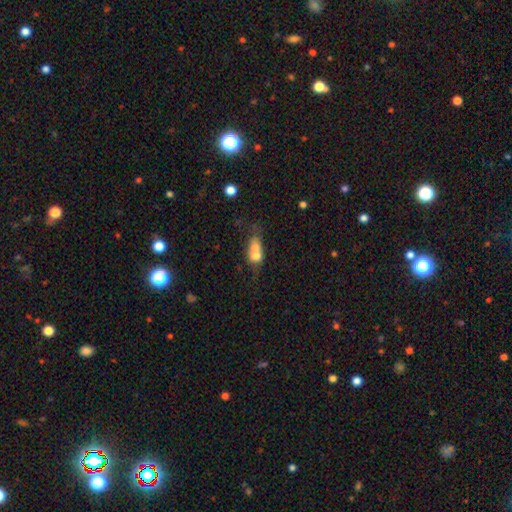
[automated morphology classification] The model was most divided on "merging": merger: 57%, none: 21%, minor disturbance: 12%, major disturbance: 10%. More confident: how rounded — in between (67%); smooth or featured — smooth (64%).